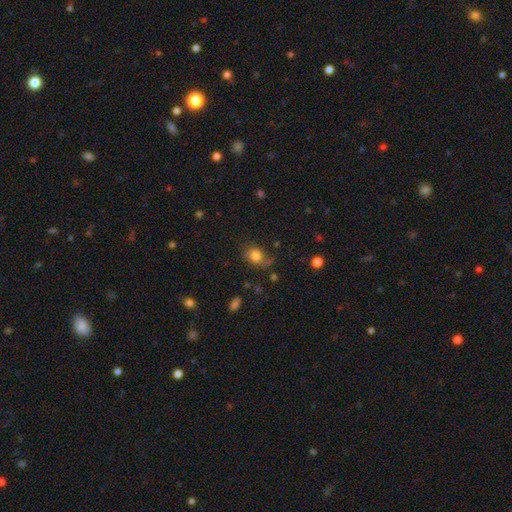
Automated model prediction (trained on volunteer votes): The model was most divided on "how rounded": round: 60%, in between: 39%, cigar-shaped: 1%. More confident: smooth or featured — smooth (77%); merging — none (57%).